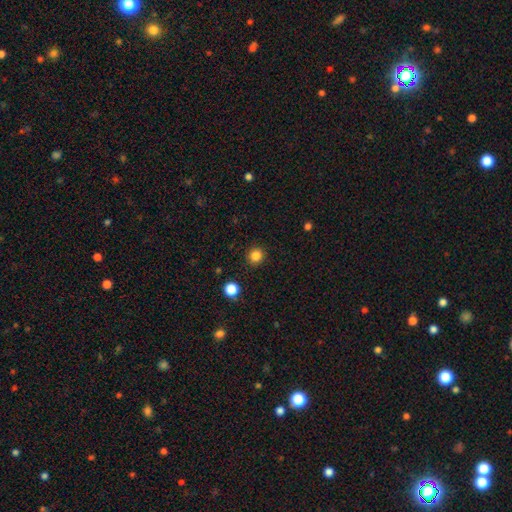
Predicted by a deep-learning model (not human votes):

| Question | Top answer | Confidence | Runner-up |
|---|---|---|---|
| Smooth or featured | smooth | 84% | star or artifact (12%) |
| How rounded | round | 92% | in between (7%) |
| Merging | none | 91% | minor disturbance (5%) |